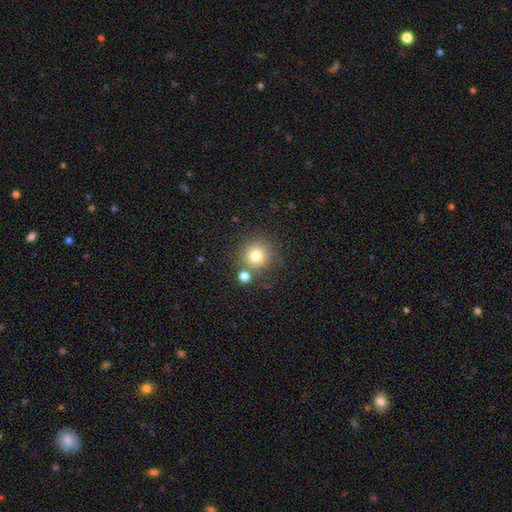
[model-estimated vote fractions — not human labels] Q: Smooth or featured?
A: smooth (78%); runner-up: star or artifact (13%)
Q: How rounded?
A: round (93%); runner-up: in between (6%)
Q: Merging?
A: none (74%); runner-up: merger (12%)